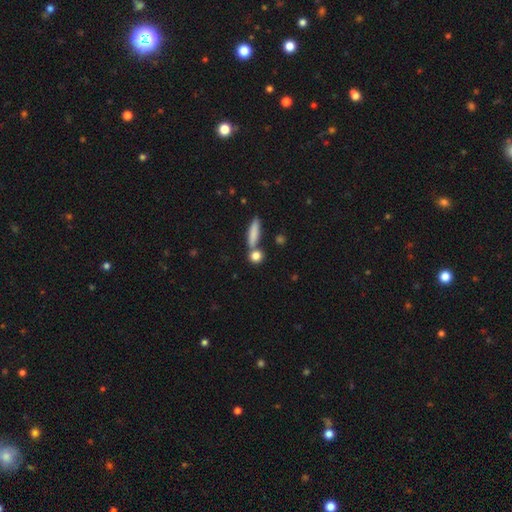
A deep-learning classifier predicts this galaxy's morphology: Q: Smooth or featured?
A: smooth (82%); runner-up: star or artifact (9%)
Q: How rounded?
A: round (66%); runner-up: in between (18%)
Q: Merging?
A: none (68%); runner-up: merger (19%)